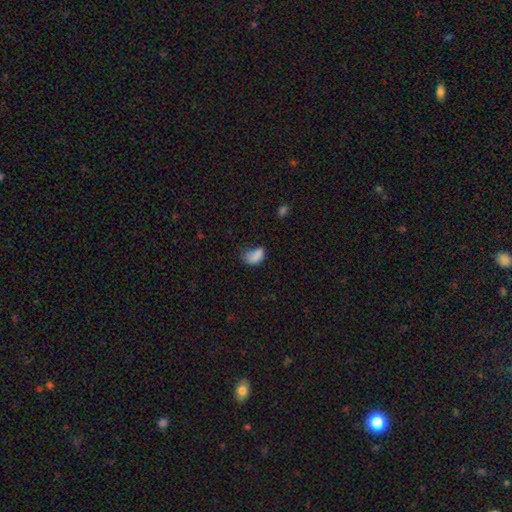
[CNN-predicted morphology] type=smooth (80%); roundness=in between (85%); merging=minor disturbance (36%).